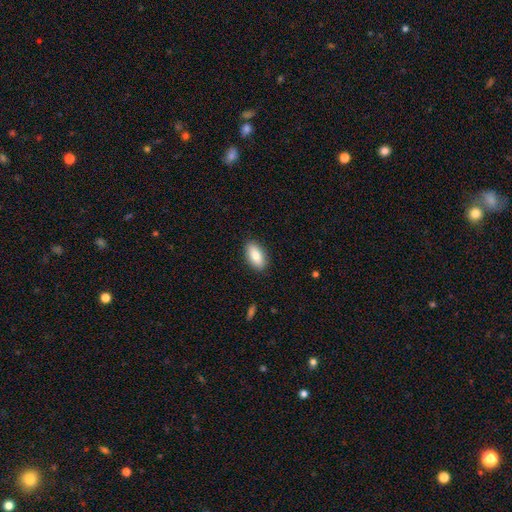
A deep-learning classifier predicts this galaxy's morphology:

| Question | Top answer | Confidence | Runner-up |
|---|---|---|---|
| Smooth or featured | smooth | 84% | featured or disk (9%) |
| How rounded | in between | 90% | cigar-shaped (7%) |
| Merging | none | 88% | minor disturbance (9%) |